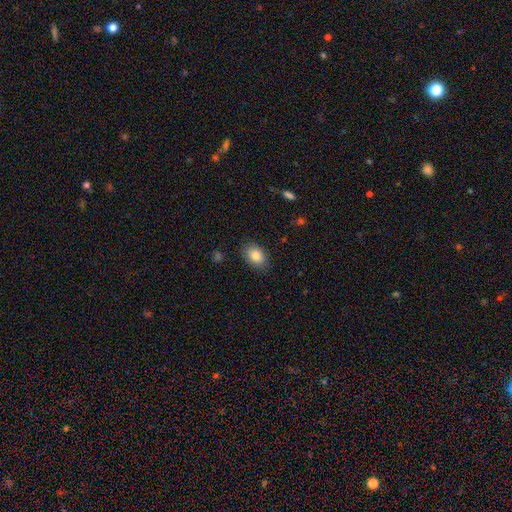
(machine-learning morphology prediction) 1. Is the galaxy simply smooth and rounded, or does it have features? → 84% smooth, 8% star or artifact, 8% featured or disk.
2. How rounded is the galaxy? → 83% in between, 16% round, 1% cigar-shaped.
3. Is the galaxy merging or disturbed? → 85% none, 11% minor disturbance, 3% major disturbance, 1% merger.